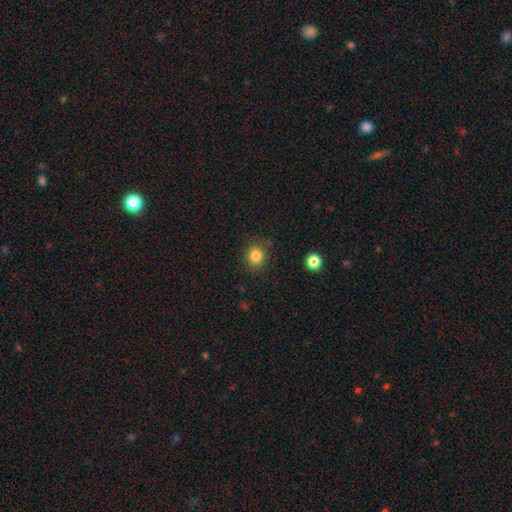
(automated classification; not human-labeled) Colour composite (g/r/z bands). It shows a smooth galaxy with no disk features (84%) that is round (80%). Merging: none (84%).